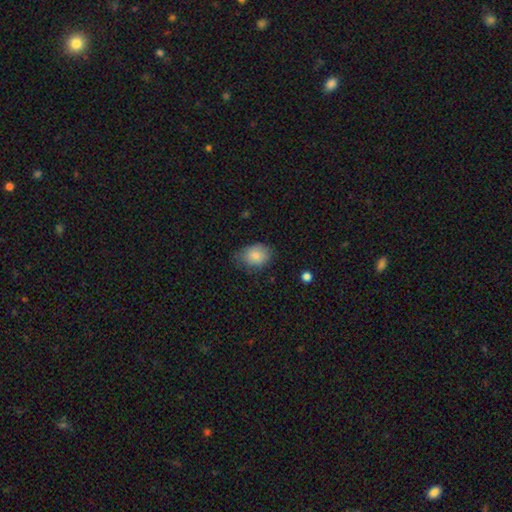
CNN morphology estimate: This is clearly a smooth galaxy (83%). How rounded: likely in between (64%). Merging: likely none (62%).